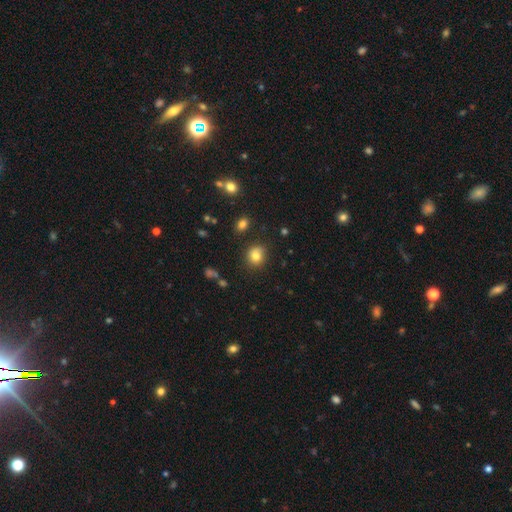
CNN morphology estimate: Smooth or featured? smooth (80%)
How rounded? round (78%)
Merging? none (80%)